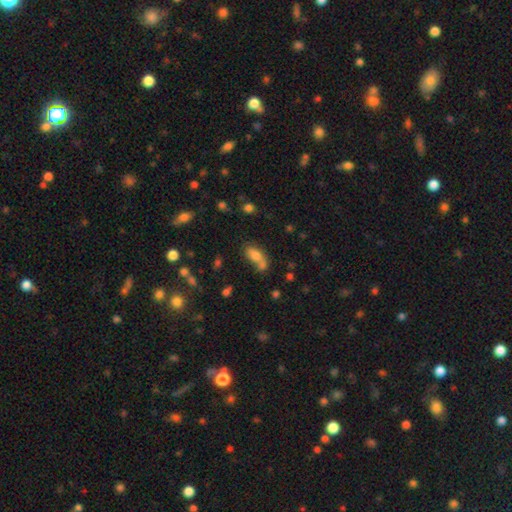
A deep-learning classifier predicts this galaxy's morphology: smooth_or_featured: smooth (p=0.74) [alt: star or artifact p=0.13]
how_rounded: in between (p=0.82) [alt: round p=0.10]
merging: merger (p=0.45) [alt: none p=0.36]